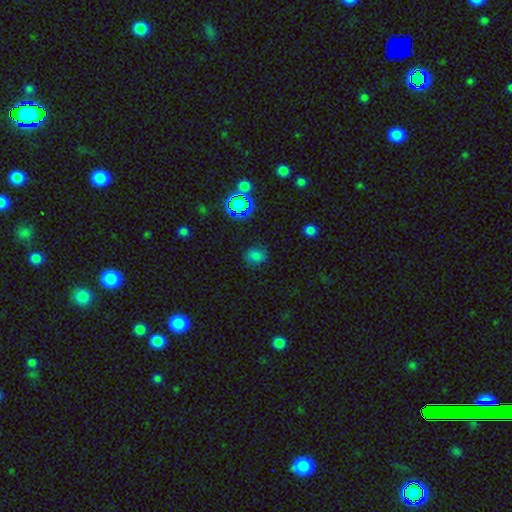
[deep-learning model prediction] smooth-or-featured: smooth: 71% | star or artifact: 23% | featured or disk: 6%
  how-rounded: round: 64% | in between: 35% | cigar-shaped: 1%
  merging: none: 79% | minor disturbance: 14% | major disturbance: 4% | merger: 2%